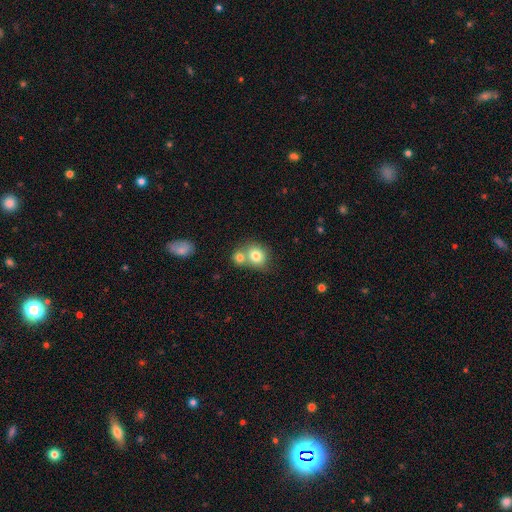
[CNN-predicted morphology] Smooth or featured? Predicted: smooth (p=0.78). How rounded? Predicted: round (p=0.73). Merging? Predicted: merger (p=0.51).